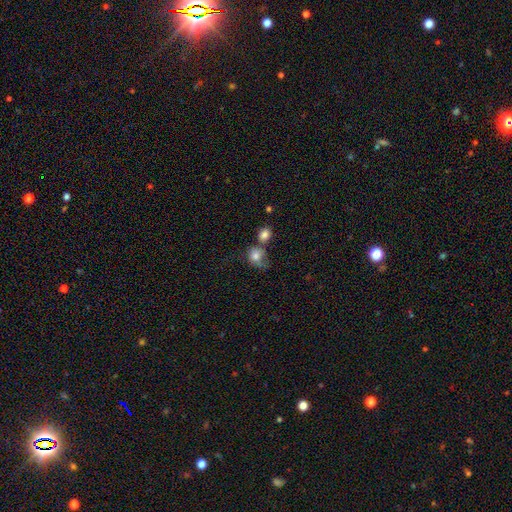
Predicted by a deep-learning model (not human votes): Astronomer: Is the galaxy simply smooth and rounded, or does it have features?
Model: smooth — 77%.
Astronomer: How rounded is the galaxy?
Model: round — 64%.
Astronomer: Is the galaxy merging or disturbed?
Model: merger — 35% (runner-up: none, 30%).